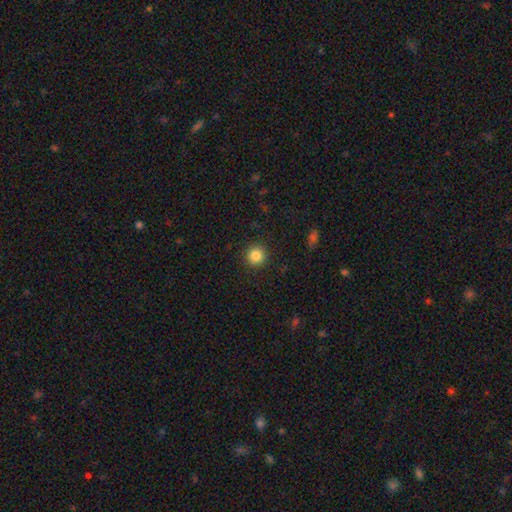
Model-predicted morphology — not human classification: A smooth galaxy with no disk features (85%) that is round (94%).

Vote fractions:
- Smooth or featured? smooth: 85% / star or artifact: 11% / featured or disk: 5%
- How rounded? round: 94% / in between: 5% / cigar-shaped: 1%
- Merging? none: 92% / minor disturbance: 5% / major disturbance: 2% / merger: 1%